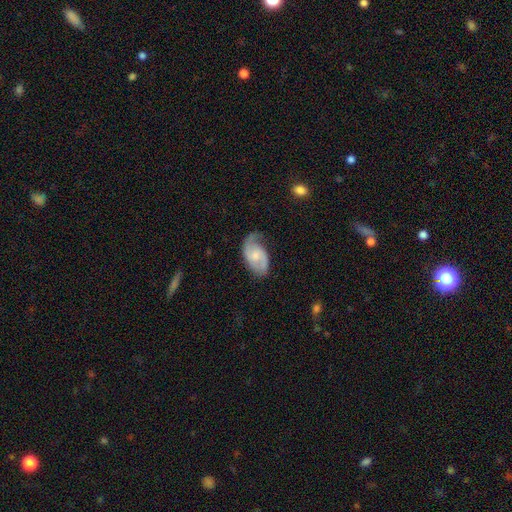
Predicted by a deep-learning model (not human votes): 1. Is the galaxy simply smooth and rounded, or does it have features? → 75% featured or disk, 20% smooth, 5% star or artifact.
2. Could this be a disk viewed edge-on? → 97% no, 3% yes.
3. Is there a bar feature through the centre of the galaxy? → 52% no, 41% weak, 7% strong.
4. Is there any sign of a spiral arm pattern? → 94% yes, 6% no.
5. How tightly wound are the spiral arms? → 48% medium, 32% loose, 20% tight.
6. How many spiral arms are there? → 81% 2, 10% 1, 6% can't tell, 1% 3, 1% 4, 1% more than 4.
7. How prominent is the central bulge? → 48% small, 39% moderate, 9% none, 3% large, 1% dominant.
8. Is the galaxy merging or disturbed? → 61% none, 26% minor disturbance, 11% major disturbance, 2% merger.